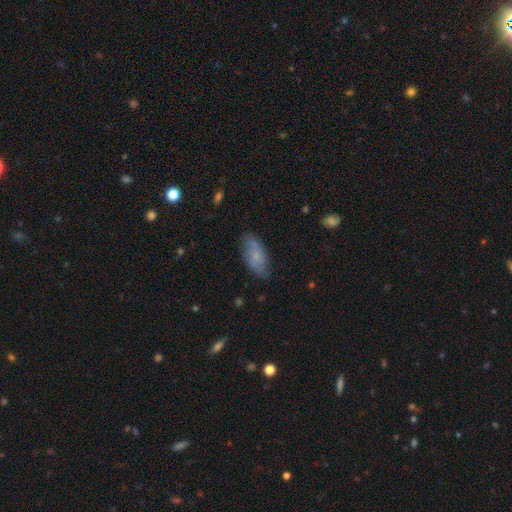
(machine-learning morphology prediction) Smooth or featured? Predicted: smooth (p=0.54). How rounded? Predicted: in between (p=0.86). Merging? Predicted: none (p=0.75).